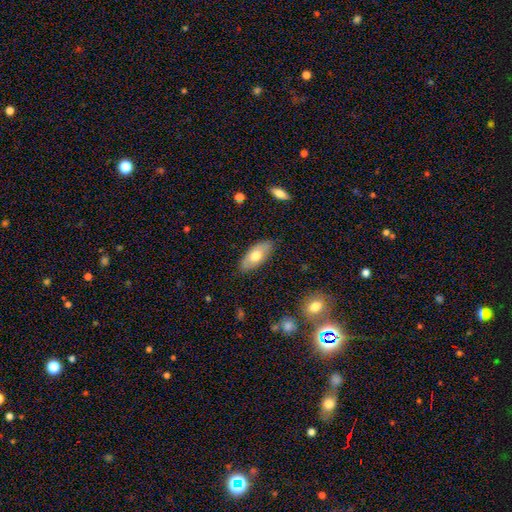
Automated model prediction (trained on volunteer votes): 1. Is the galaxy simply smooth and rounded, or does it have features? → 61% smooth, 33% featured or disk, 6% star or artifact.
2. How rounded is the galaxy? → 90% in between, 8% cigar-shaped, 3% round.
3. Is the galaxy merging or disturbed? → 82% none, 14% minor disturbance, 3% major disturbance, 1% merger.